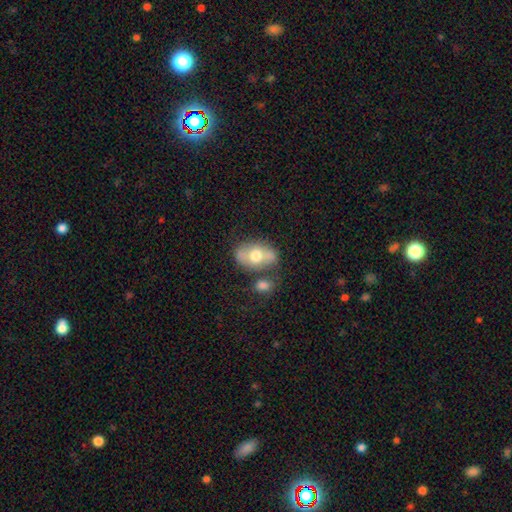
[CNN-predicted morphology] The model was most divided on "smooth or featured": smooth: 52%, featured or disk: 40%, star or artifact: 7%. More confident: how rounded — in between (79%); merging — none (59%).